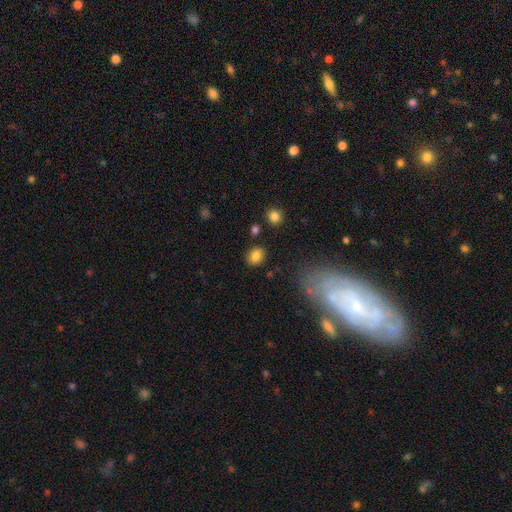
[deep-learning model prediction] Smooth or featured? smooth (83%)
How rounded? in between (52%)
Merging? none (84%)